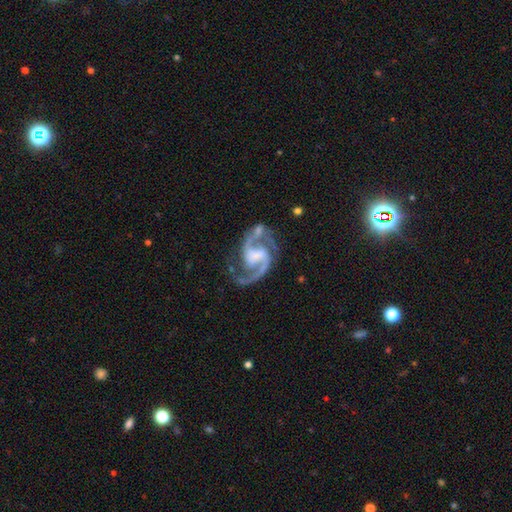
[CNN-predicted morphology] smooth-or-featured: featured or disk: 93% | star or artifact: 4% | smooth: 3%
  disk-edge-on: no: 98% | yes: 2%
    bar: weak: 44% | strong: 30% | no: 26%
    has-spiral-arms: yes: 98% | no: 2%
      spiral-winding: medium: 65% | loose: 22% | tight: 13%
      spiral-arm-count: 2: 93% | 3: 2% | can't tell: 1% | 1: 1% | 4: 1% | more than 4: 1%
    bulge-size: small: 36% | none: 31% | moderate: 24% | large: 7% | dominant: 2%
  merging: none: 69% | minor disturbance: 17% | major disturbance: 10% | merger: 4%